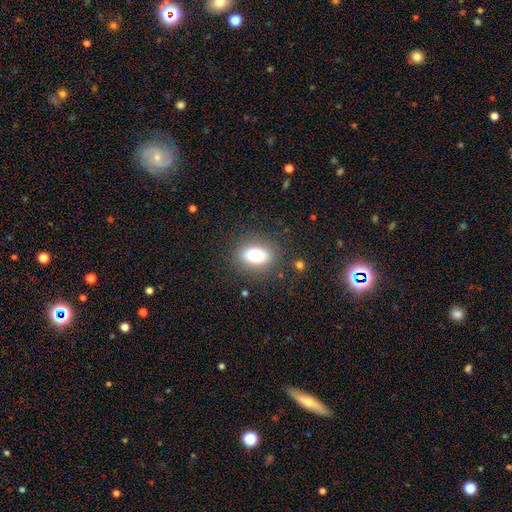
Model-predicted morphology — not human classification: A smooth galaxy with no disk features (74%) that is in between round and cigar-shaped (73%).

Vote fractions:
- Smooth or featured? smooth: 74% / featured or disk: 15% / star or artifact: 11%
- How rounded? in between: 73% / round: 25% / cigar-shaped: 3%
- Merging? none: 83% / minor disturbance: 11% / major disturbance: 4% / merger: 2%